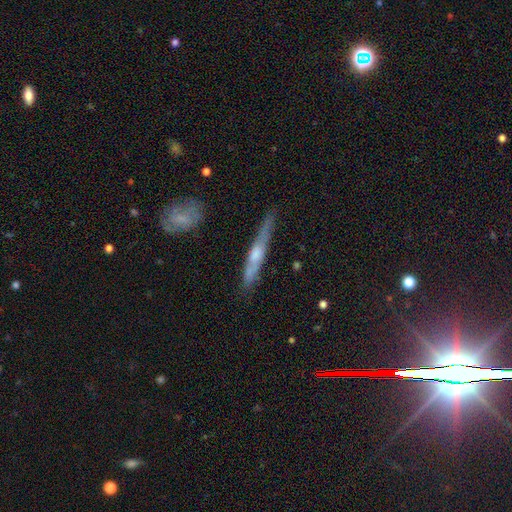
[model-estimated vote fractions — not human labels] Smooth or featured? featured or disk (58%)
Edge-on disk? yes (92%)
Edge-on bulge? rounded (60%)
Merging? none (74%)